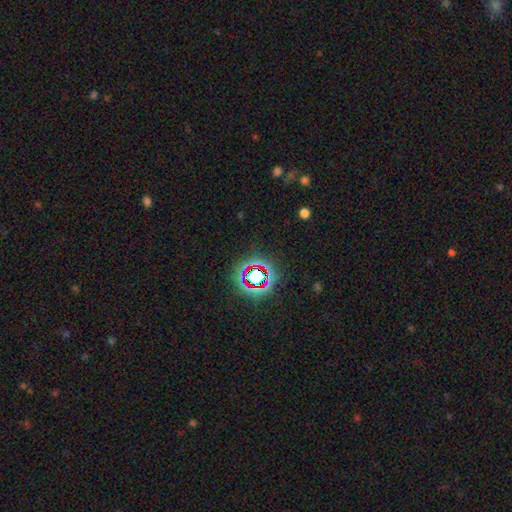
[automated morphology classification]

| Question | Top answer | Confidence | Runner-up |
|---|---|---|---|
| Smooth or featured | star or artifact | 74% | smooth (15%) |